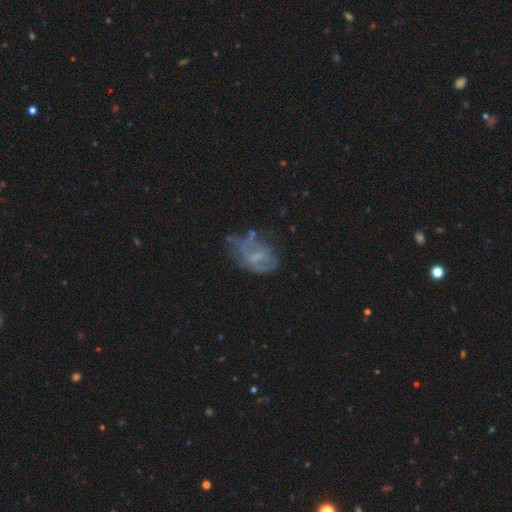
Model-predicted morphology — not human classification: smooth_or_featured: featured or disk (p=0.58) [alt: smooth p=0.31]
disk_edge_on: no (p=0.96) [alt: yes p=0.04]
bar: no (p=0.51) [alt: weak p=0.39]
has_spiral_arms: no (p=0.62) [alt: yes p=0.38]
bulge_size: none (p=0.39) [alt: small p=0.38]
merging: none (p=0.42) [alt: minor disturbance p=0.27]